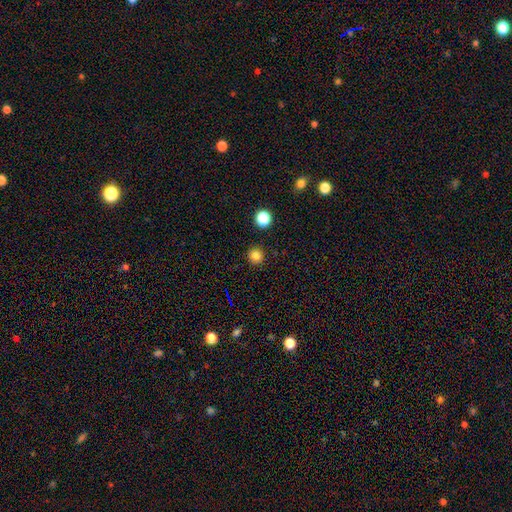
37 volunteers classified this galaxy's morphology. Smooth or featured? 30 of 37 (81%) said smooth. How rounded? 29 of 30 (97%) said round. Merging? 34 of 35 (97%) said none.